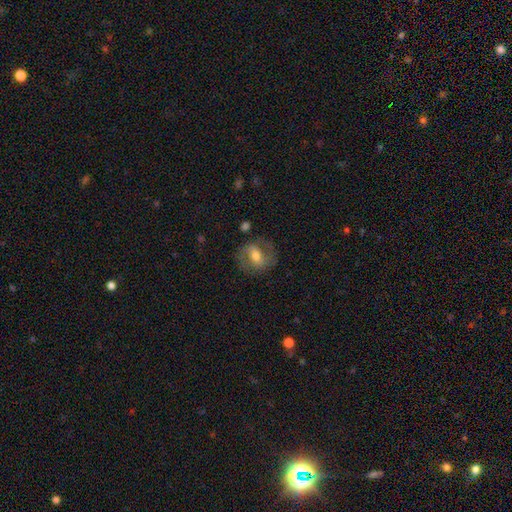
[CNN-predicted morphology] featured or disk 59%, smooth 34%, star or artifact 7%. Down the decision tree: edge-on disk — no (95%); bar — weak (43%); spiral arms — yes (77%); bulge size — moderate (65%); merging — none (73%).